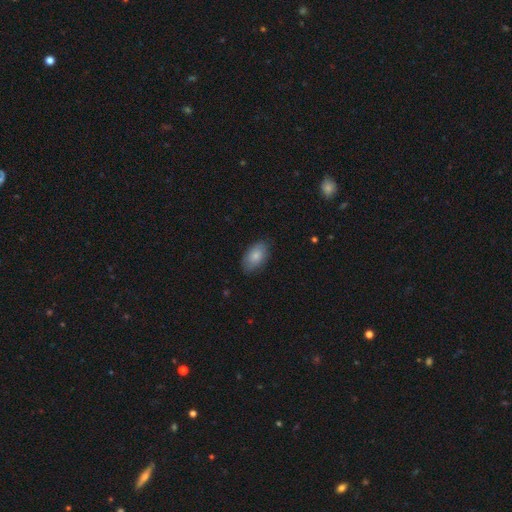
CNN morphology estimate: smooth_or_featured: smooth (p=0.82) [alt: featured or disk p=0.12]
how_rounded: in between (p=0.93) [alt: round p=0.05]
merging: none (p=0.82) [alt: minor disturbance p=0.14]